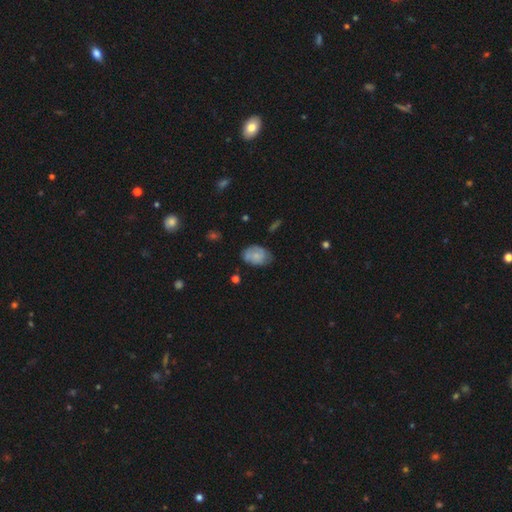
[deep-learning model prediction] Smooth or featured?
  - smooth: 67% *
  - featured or disk: 26%
  - star or artifact: 8%
How rounded?
  - in between: 80% *
  - round: 19%
  - cigar-shaped: 1%
Merging?
  - none: 59% *
  - minor disturbance: 30%
  - major disturbance: 8%
  - merger: 3%